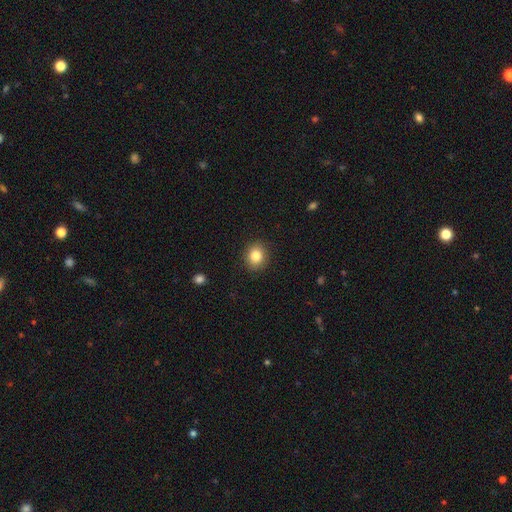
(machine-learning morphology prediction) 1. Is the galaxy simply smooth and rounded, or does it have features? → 84% smooth, 10% star or artifact, 7% featured or disk.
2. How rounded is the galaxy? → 72% round, 27% in between, 1% cigar-shaped.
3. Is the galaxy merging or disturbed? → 90% none, 7% minor disturbance, 2% major disturbance, 1% merger.